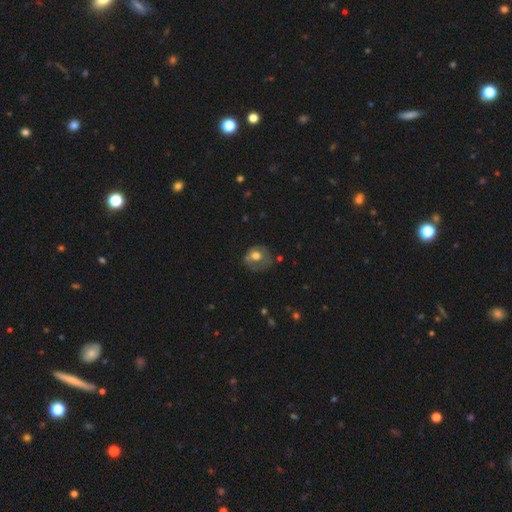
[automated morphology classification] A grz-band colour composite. It shows a smooth galaxy with no disk features (60%) that is round (66%). Merging: none (47%).